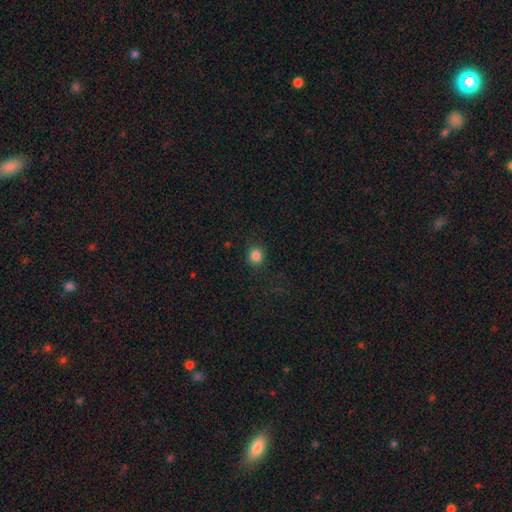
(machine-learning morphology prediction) The model was most divided on "smooth or featured": smooth: 84%, star or artifact: 12%, featured or disk: 4%. More confident: merging — none (89%); how rounded — round (87%).